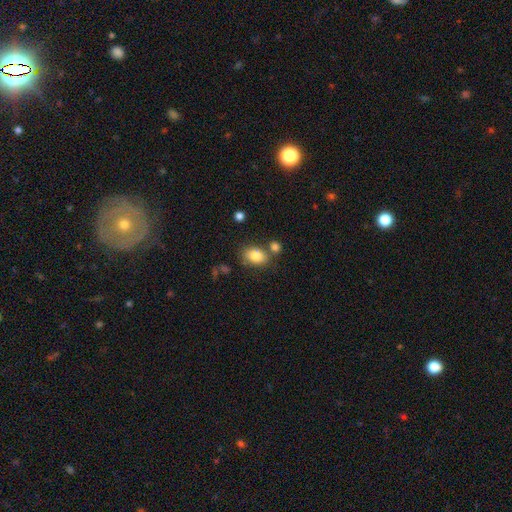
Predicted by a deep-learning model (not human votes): Smooth or featured? smooth (83%)
How rounded? in between (78%)
Merging? none (65%)